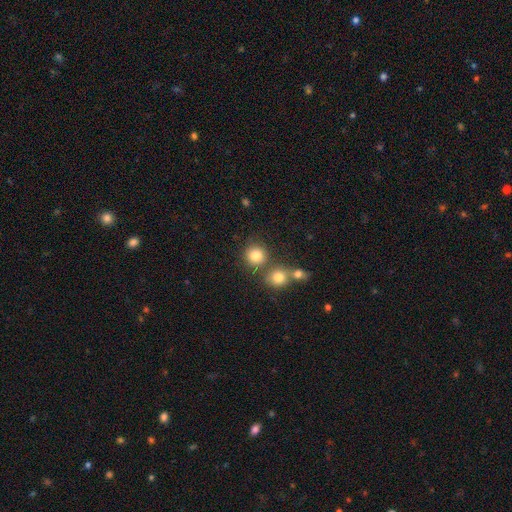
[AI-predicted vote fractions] smooth 81%, star or artifact 12%, featured or disk 7%. Down the decision tree: how rounded — round (90%); merging — none (71%).